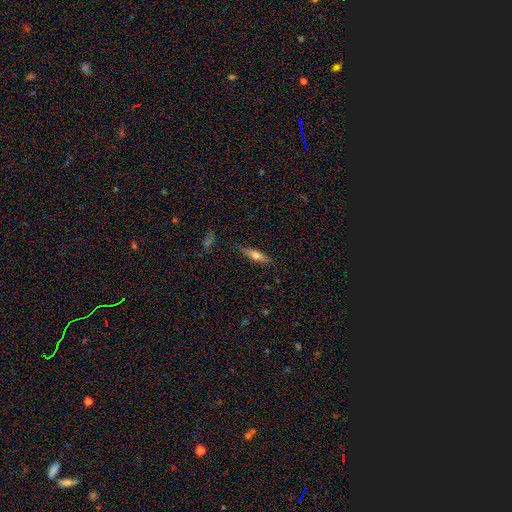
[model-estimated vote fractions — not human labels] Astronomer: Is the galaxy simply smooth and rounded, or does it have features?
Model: smooth — 55% (runner-up: featured or disk, 38%).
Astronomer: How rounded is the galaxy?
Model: cigar-shaped — 66%.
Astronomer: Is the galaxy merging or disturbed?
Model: none — 84%.